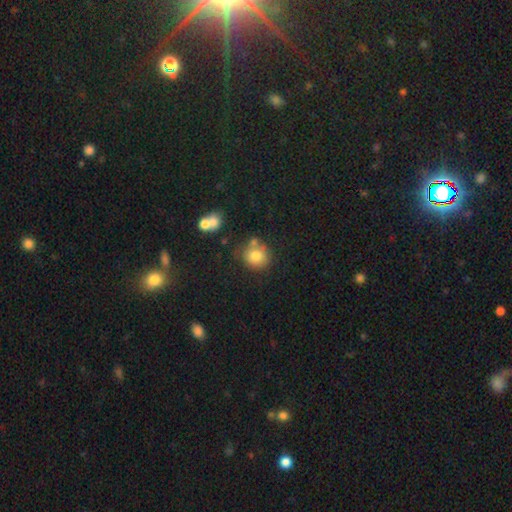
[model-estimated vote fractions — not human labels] smooth 79%, featured or disk 11%, star or artifact 10%. Down the decision tree: how rounded — round (83%); merging — none (60%).